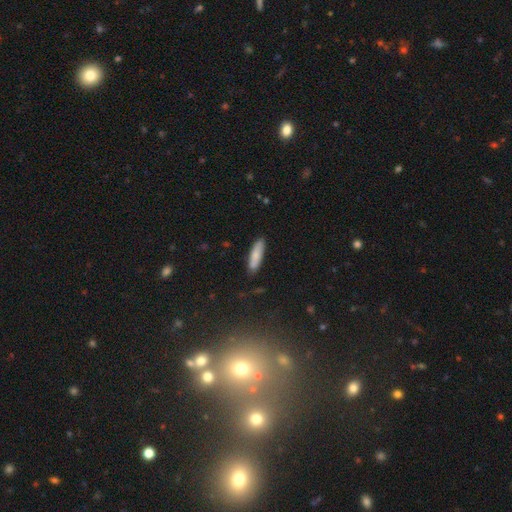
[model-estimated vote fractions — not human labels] Smooth or featured? Predicted: smooth (p=0.81). How rounded? Predicted: cigar-shaped (p=0.70). Merging? Predicted: none (p=0.82).